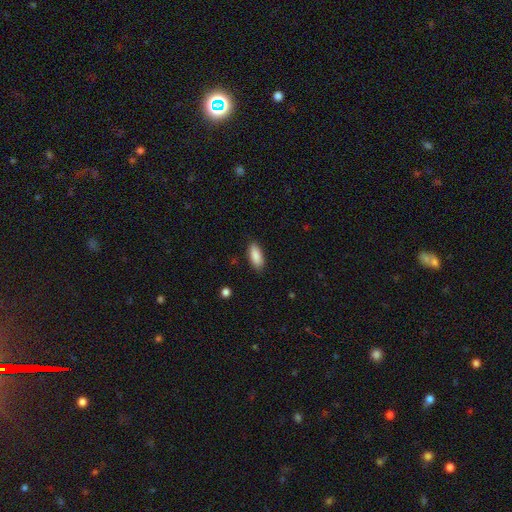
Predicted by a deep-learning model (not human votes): The model was most divided on "how rounded": in between: 81%, cigar-shaped: 17%, round: 2%. More confident: smooth or featured — smooth (89%); merging — none (86%).